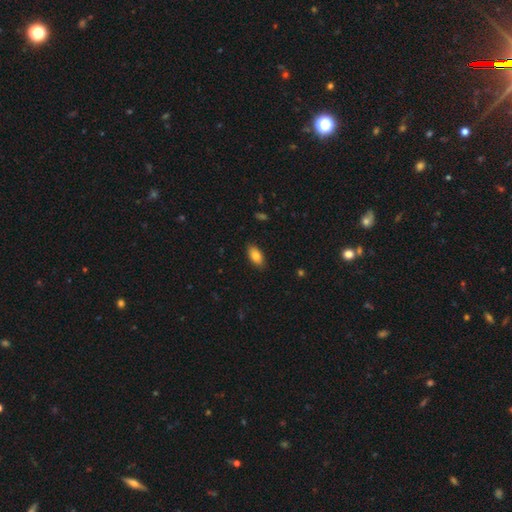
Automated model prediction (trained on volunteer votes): Smooth or featured?
  - smooth: 82% *
  - featured or disk: 11%
  - star or artifact: 7%
How rounded?
  - in between: 91% *
  - cigar-shaped: 6%
  - round: 3%
Merging?
  - none: 87% *
  - minor disturbance: 10%
  - major disturbance: 2%
  - merger: 1%